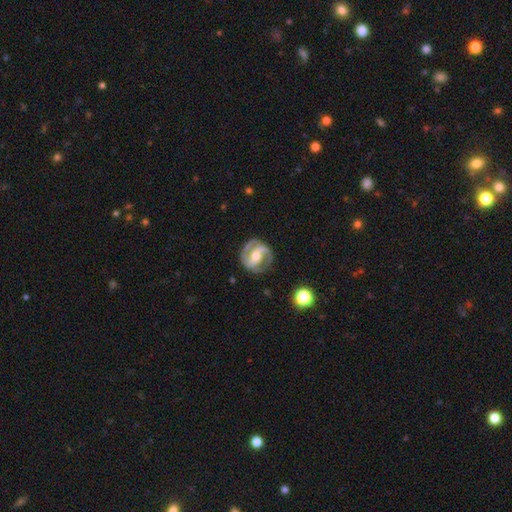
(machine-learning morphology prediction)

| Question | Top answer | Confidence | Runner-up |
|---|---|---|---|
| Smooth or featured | featured or disk | 86% | smooth (10%) |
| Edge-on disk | no | 97% | yes (3%) |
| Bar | strong | 46% | weak (34%) |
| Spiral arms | yes | 93% | no (7%) |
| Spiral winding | medium | 49% | tight (36%) |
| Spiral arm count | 2 | 86% | can't tell (5%) |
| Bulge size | moderate | 58% | small (36%) |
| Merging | none | 78% | minor disturbance (14%) |